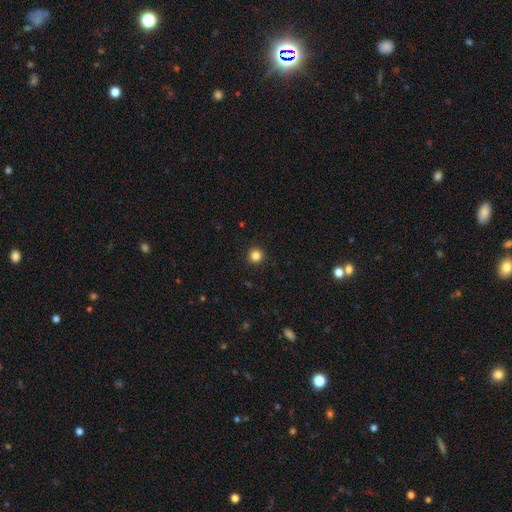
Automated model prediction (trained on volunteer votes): smooth_or_featured: smooth (p=0.84) [alt: star or artifact p=0.12]
how_rounded: round (p=0.95) [alt: in between p=0.04]
merging: none (p=0.93) [alt: minor disturbance p=0.04]